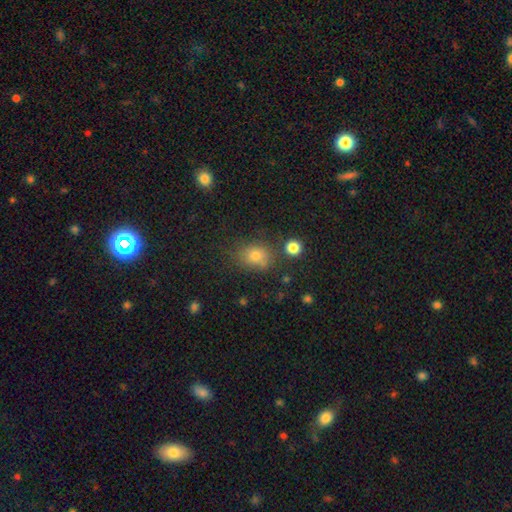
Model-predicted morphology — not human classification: Smooth or featured? smooth (77%)
How rounded? in between (50%)
Merging? none (70%)